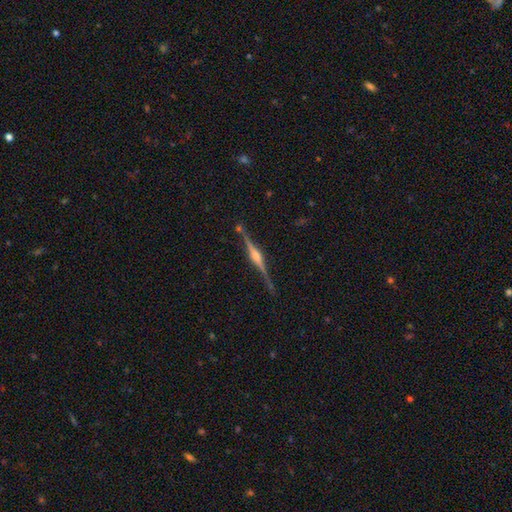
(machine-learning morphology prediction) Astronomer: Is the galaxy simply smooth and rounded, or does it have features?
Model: featured or disk — 88%.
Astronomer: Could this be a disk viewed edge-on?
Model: yes — 98%.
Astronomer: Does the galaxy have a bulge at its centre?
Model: rounded — 86%.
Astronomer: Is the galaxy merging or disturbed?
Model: none — 85%.